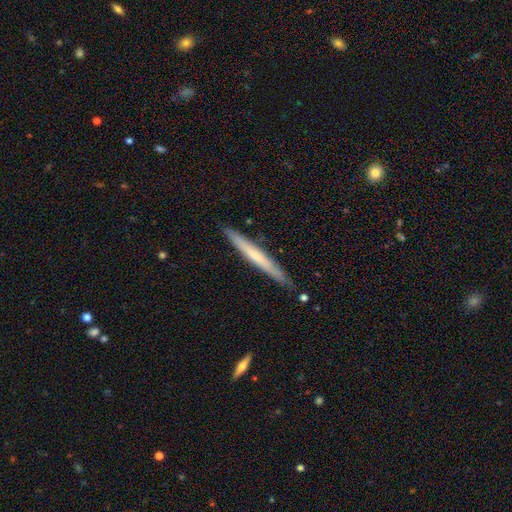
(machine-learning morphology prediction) Q: Smooth or featured?
A: featured or disk (53%); runner-up: smooth (41%)
Q: Edge-on disk?
A: yes (95%); runner-up: no (5%)
Q: Edge-on bulge?
A: none (56%); runner-up: rounded (40%)
Q: Merging?
A: none (88%); runner-up: minor disturbance (9%)